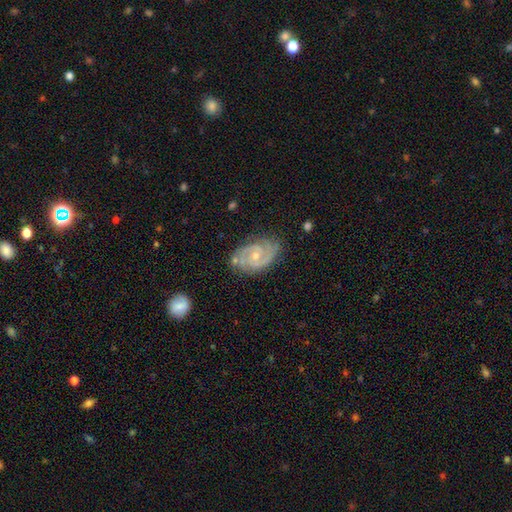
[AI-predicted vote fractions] Morphology: type=featured or disk (83%); edge-on=no (97%); bar=no (54%); spiral arms=yes (96%); winding=tight (47%); arm count=2 (65%); bulge=small (63%); merging=none (74%).